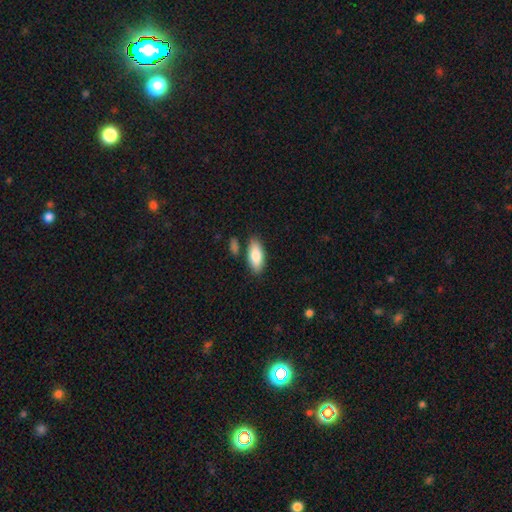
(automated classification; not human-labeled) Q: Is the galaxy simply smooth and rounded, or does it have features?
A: smooth — 83%.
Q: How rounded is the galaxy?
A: in between — 83%.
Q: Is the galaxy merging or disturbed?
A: none — 80%.